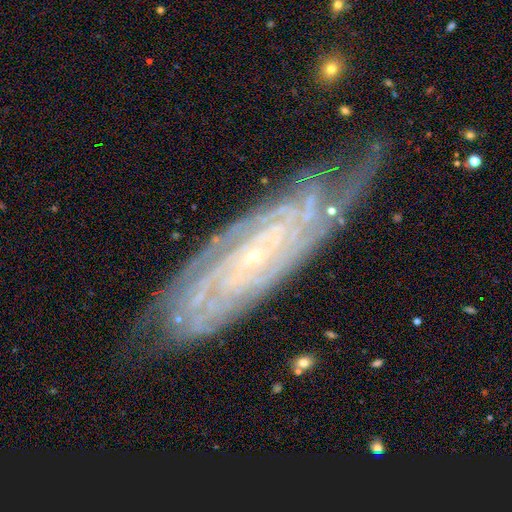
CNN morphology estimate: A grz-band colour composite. It shows a featured or disk galaxy (87%) with no bar (64%), tight (81%) spiral arms (98%) and a small central bulge (88%). Merging: none (73%).